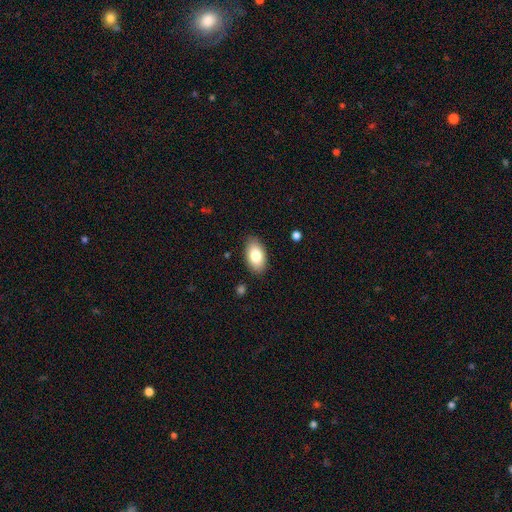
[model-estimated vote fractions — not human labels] This is clearly a smooth galaxy (82%). How rounded: clearly in between (93%). Merging: clearly none (87%).